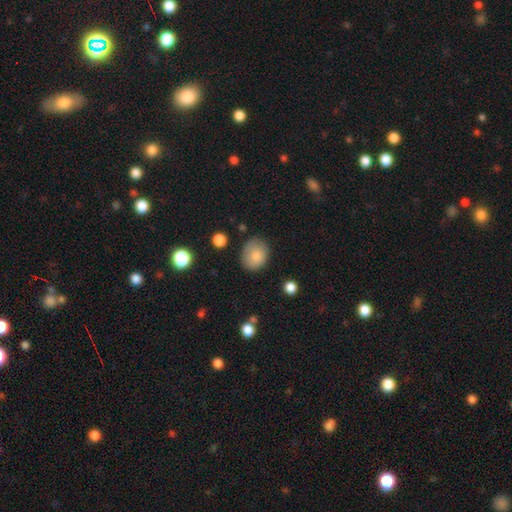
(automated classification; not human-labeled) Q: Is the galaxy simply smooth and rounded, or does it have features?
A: smooth — 82%.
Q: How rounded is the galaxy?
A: round — 52%.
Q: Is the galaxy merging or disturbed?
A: none — 74%.